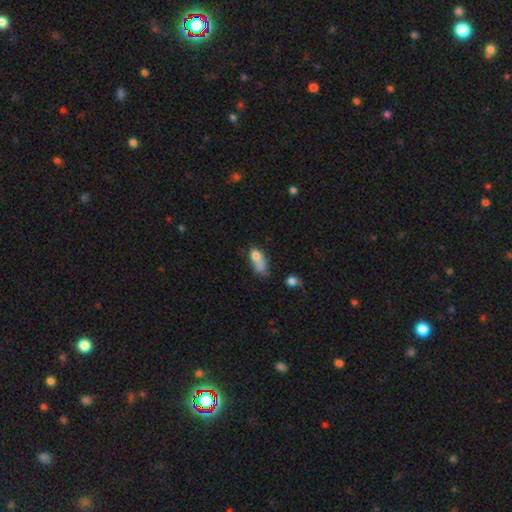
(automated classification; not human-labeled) Q: Smooth or featured?
A: smooth (72%); runner-up: featured or disk (17%)
Q: How rounded?
A: in between (79%); runner-up: cigar-shaped (11%)
Q: Merging?
A: minor disturbance (29%); runner-up: major disturbance (27%)